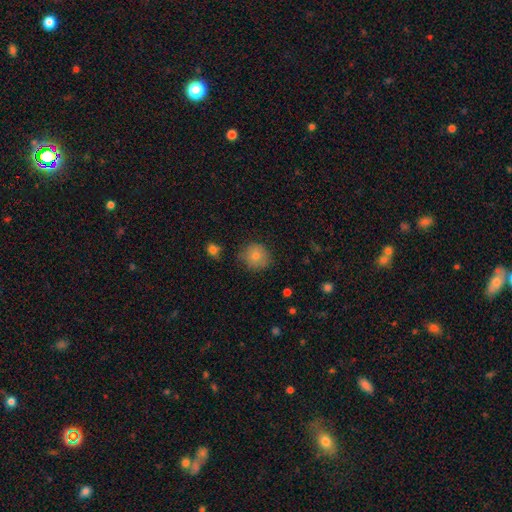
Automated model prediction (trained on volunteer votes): A smooth galaxy with no disk features (79%) that is round (85%). Merging: none (76%).